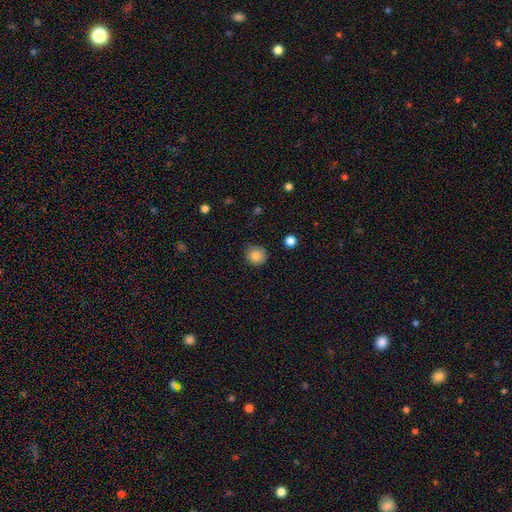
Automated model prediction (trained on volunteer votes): Smooth or featured: smooth — 84% (star or artifact — 10%)
How rounded: round — 91% (in between — 8%)
Merging: none — 86% (minor disturbance — 10%)